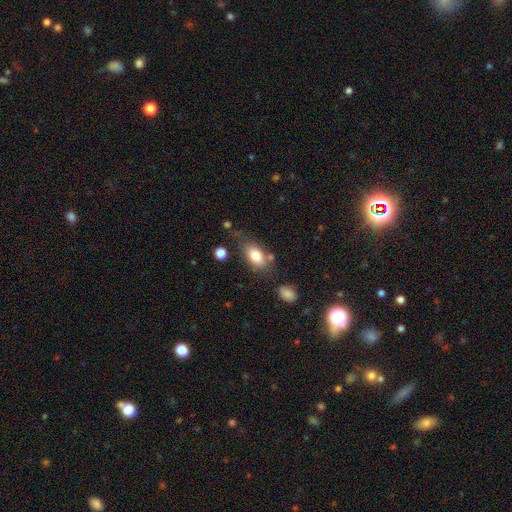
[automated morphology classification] This is clearly a smooth galaxy (80%). How rounded: clearly in between (88%). Merging: likely none (62%).